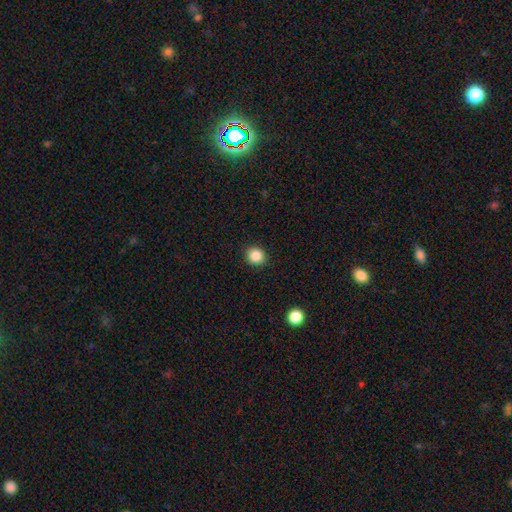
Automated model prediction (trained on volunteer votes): Overall: smooth (86%). How rounded: round (86%). Merging: none (91%).